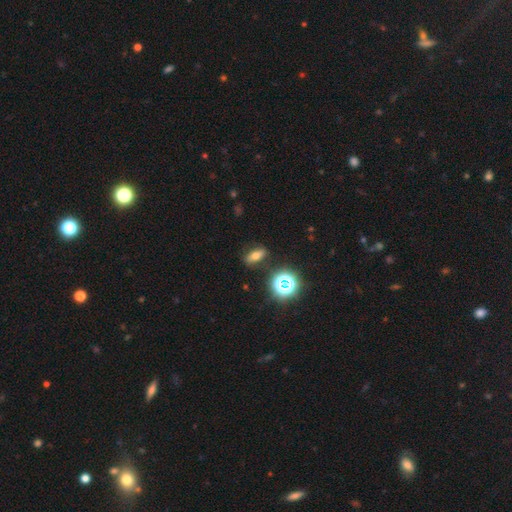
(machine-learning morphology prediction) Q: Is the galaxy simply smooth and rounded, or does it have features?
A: smooth — 57%.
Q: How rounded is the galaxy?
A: in between — 60%.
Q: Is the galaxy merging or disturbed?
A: none — 86%.